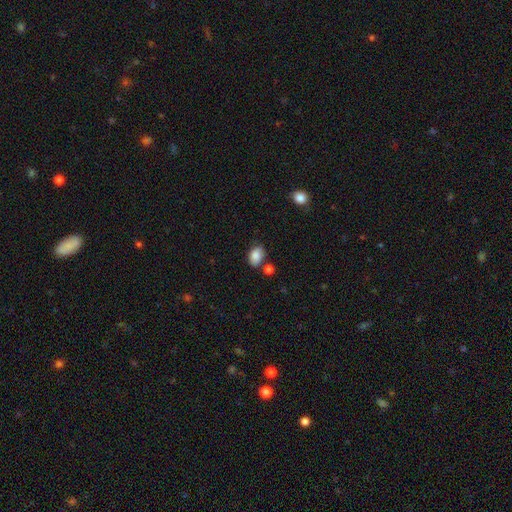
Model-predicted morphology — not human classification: A smooth galaxy with no disk features (85%) that is in between round and cigar-shaped (83%). Merging: none (67%).